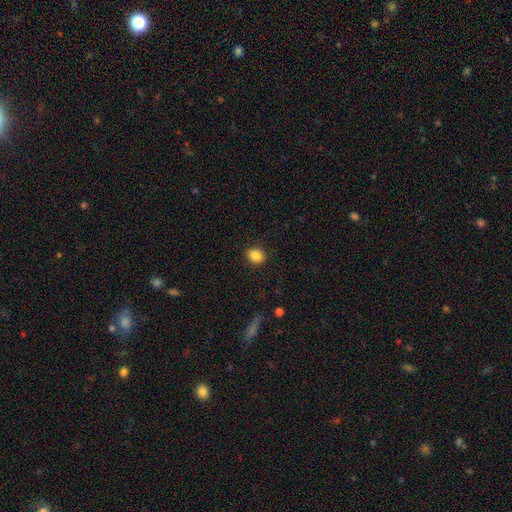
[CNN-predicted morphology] Overall: smooth (85%). How rounded: round (56%; in between 42%). Merging: none (89%).